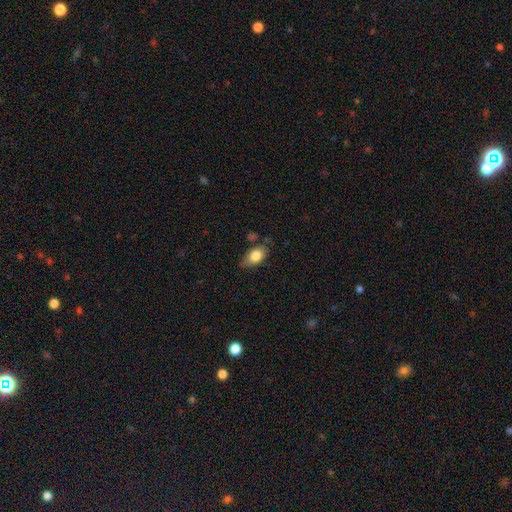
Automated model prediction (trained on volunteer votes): smooth-or-featured: smooth: 80% | featured or disk: 13% | star or artifact: 7%
  how-rounded: in between: 88% | round: 7% | cigar-shaped: 4%
  merging: none: 67% | minor disturbance: 23% | merger: 5% | major disturbance: 5%